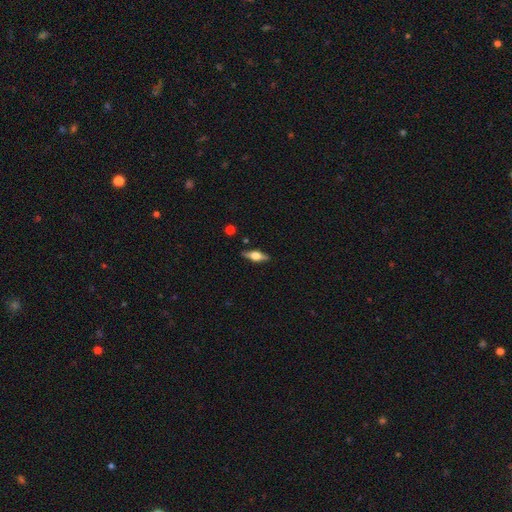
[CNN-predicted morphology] type=featured or disk (63%); edge-on=yes (95%); edge-on bulge=rounded (92%); merging=none (88%).